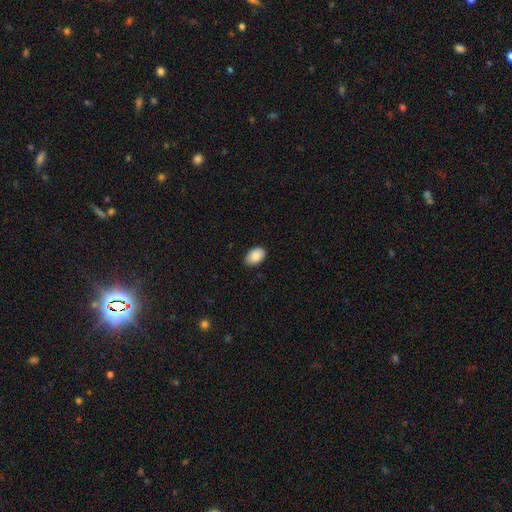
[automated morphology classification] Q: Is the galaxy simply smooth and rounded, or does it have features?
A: smooth — 87%.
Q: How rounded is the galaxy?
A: in between — 86%.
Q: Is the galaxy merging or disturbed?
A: none — 86%.